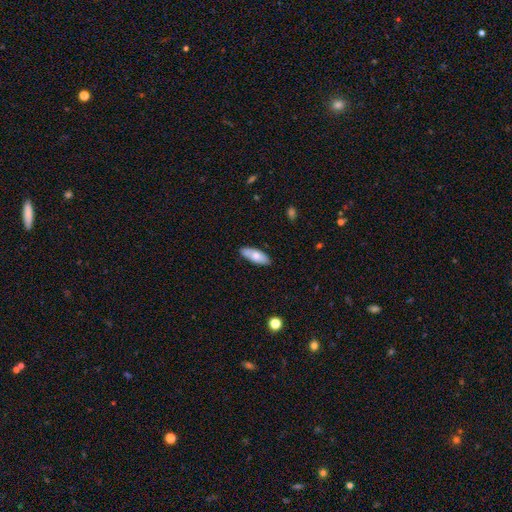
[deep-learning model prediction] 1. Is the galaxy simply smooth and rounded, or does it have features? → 71% smooth, 23% featured or disk, 6% star or artifact.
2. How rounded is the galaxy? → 76% in between, 22% cigar-shaped, 2% round.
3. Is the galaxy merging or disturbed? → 78% none, 15% minor disturbance, 4% merger, 3% major disturbance.